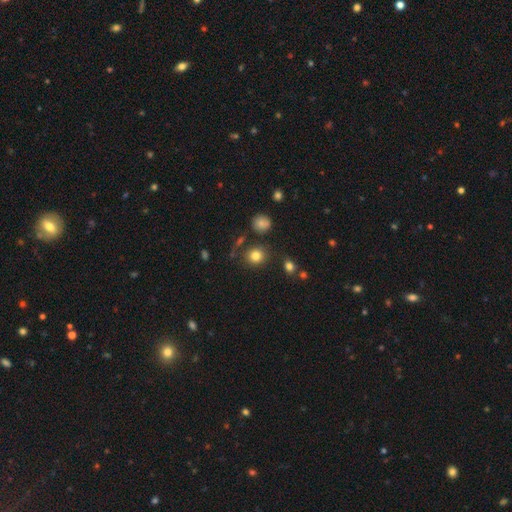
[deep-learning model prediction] smooth 81%, star or artifact 12%, featured or disk 7%. Down the decision tree: how rounded — round (80%); merging — none (81%).